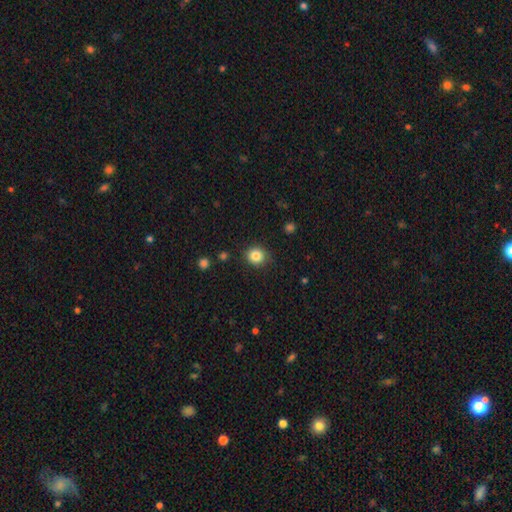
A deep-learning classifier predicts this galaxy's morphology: Smooth or featured: smooth — 84% (star or artifact — 11%)
How rounded: round — 83% (in between — 16%)
Merging: none — 86% (minor disturbance — 10%)